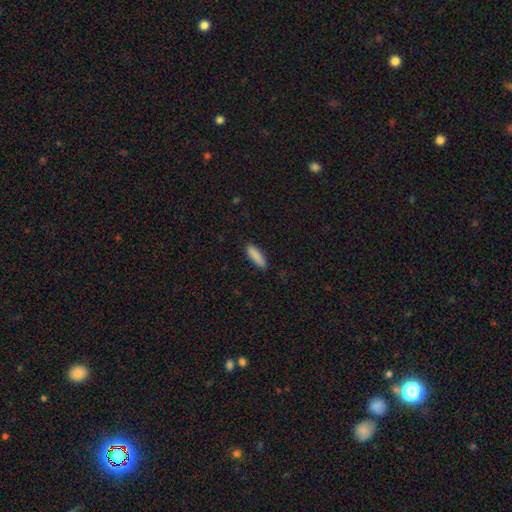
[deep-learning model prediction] Smooth or featured: smooth — 88% (star or artifact — 6%)
How rounded: cigar-shaped — 57% (in between — 42%)
Merging: none — 87% (minor disturbance — 10%)